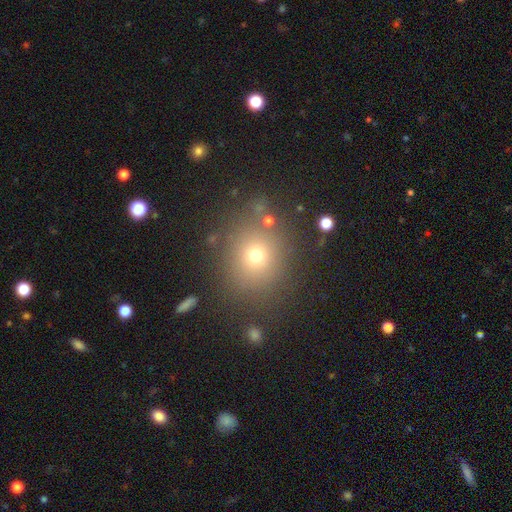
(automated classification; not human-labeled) Q: Smooth or featured?
A: smooth (68%); runner-up: star or artifact (21%)
Q: How rounded?
A: round (80%); runner-up: in between (19%)
Q: Merging?
A: none (83%); runner-up: minor disturbance (9%)